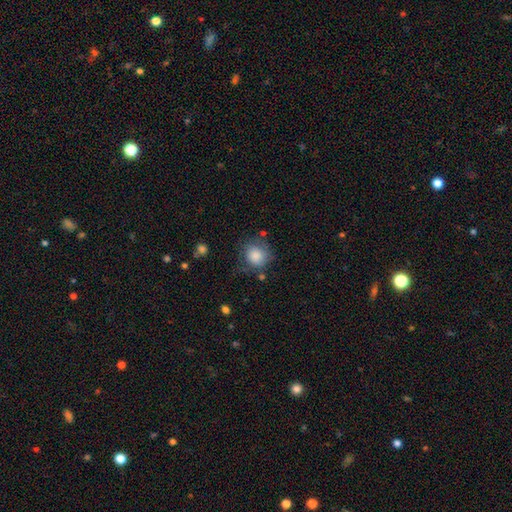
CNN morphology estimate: smooth_or_featured: smooth (p=0.84) [alt: star or artifact p=0.08]
how_rounded: round (p=0.81) [alt: in between p=0.18]
merging: none (p=0.64) [alt: minor disturbance p=0.23]